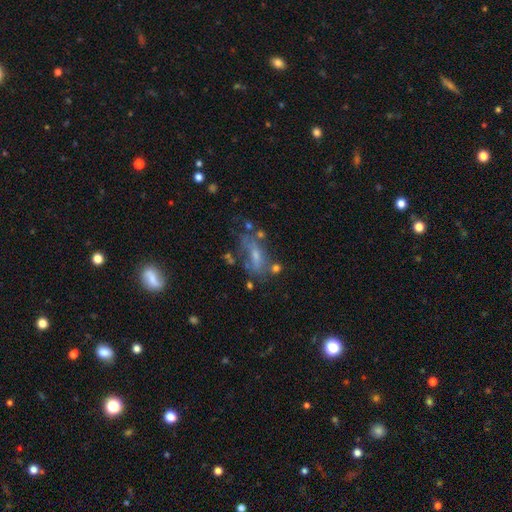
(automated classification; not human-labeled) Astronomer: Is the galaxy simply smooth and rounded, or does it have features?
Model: featured or disk — 52% (runner-up: smooth, 33%).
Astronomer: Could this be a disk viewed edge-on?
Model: no — 83%.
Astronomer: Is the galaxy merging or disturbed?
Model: none — 45% (runner-up: minor disturbance, 22%).